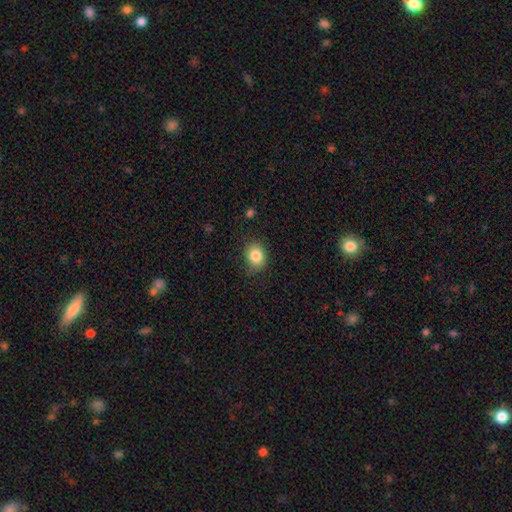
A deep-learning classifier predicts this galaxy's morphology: Overall: smooth (83%). How rounded: round (54%; in between 45%). Merging: none (77%).